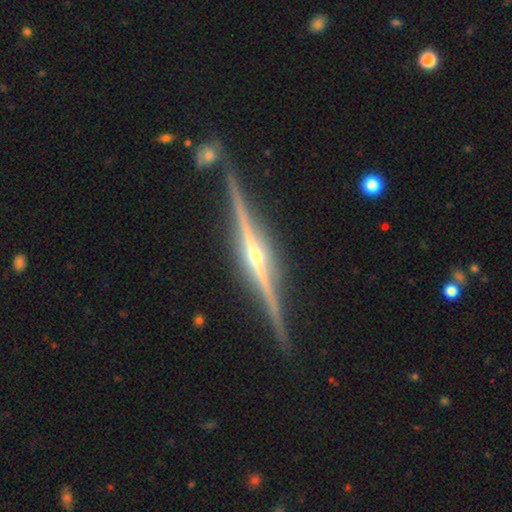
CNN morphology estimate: Smooth or featured? featured or disk (91%)
Edge-on disk? yes (98%)
Edge-on bulge? rounded (85%)
Merging? none (88%)